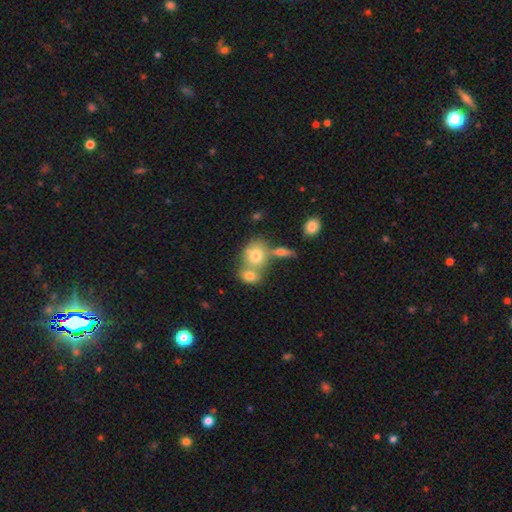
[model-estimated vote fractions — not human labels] This appears to be a smooth galaxy with no disk features (71%) that is round (53%). Merging: merger (52%).